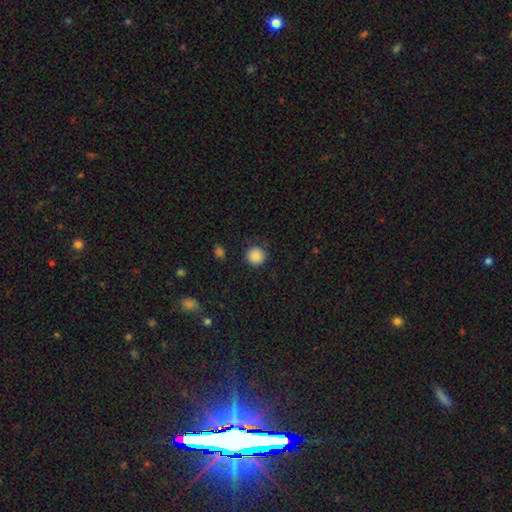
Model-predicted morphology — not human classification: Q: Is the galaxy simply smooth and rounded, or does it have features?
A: smooth — 87%.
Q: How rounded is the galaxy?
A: round — 95%.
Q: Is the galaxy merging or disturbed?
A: none — 88%.